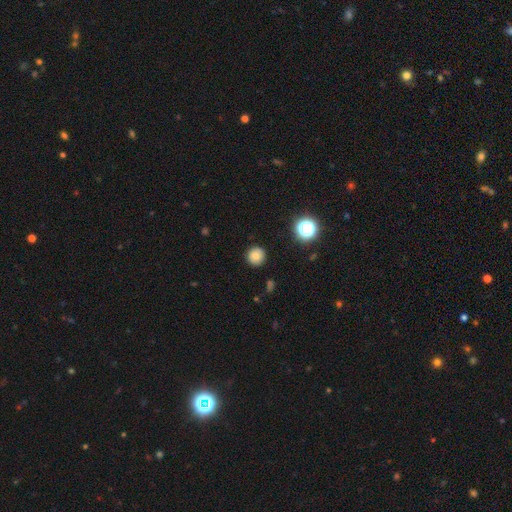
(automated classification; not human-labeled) Overall: smooth (81%). How rounded: round (94%). Merging: none (90%).